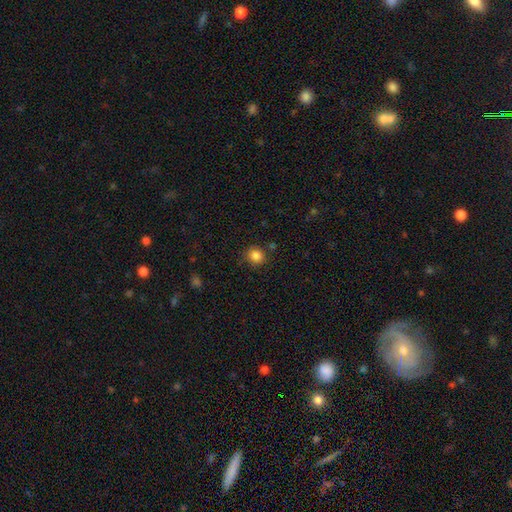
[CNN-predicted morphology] The model was most divided on "merging": none: 83%, minor disturbance: 10%, merger: 3%, major disturbance: 3%. More confident: how rounded — round (86%); smooth or featured — smooth (85%).